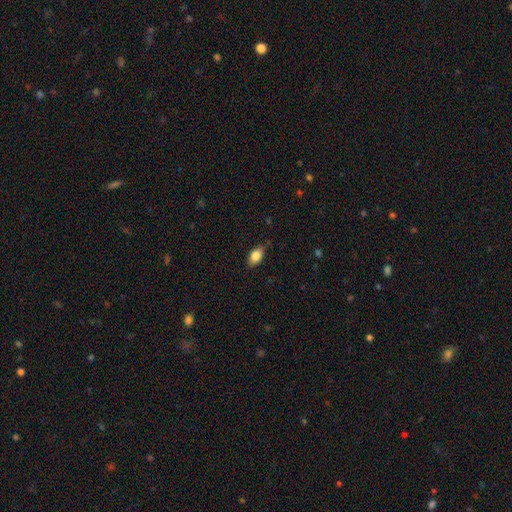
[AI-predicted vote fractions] Smooth or featured: smooth — 83% (featured or disk — 10%)
How rounded: in between — 89% (round — 7%)
Merging: none — 82% (minor disturbance — 14%)